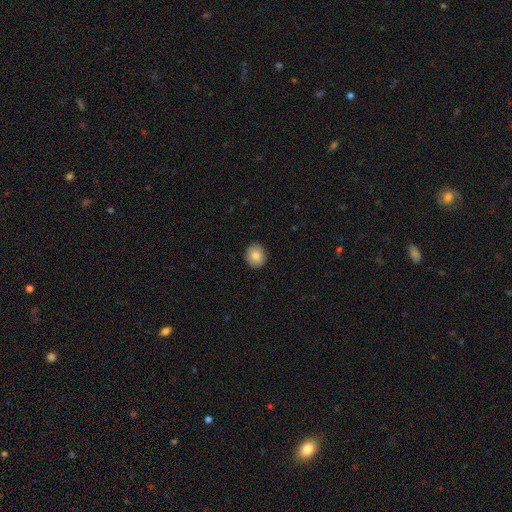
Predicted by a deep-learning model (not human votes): Smooth or featured? smooth (84%)
How rounded? round (75%)
Merging? none (89%)